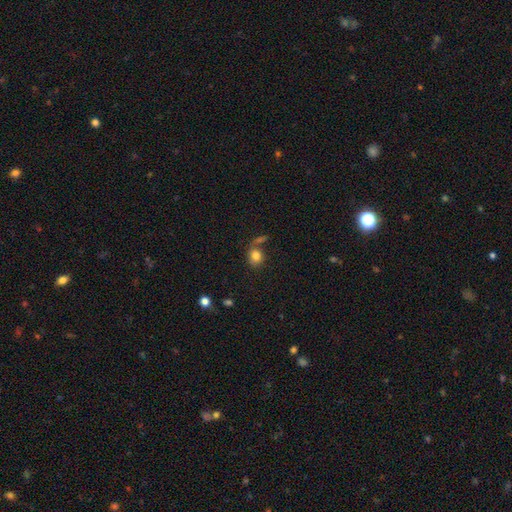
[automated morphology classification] type=smooth (80%); roundness=round (59%); merging=none (48%).